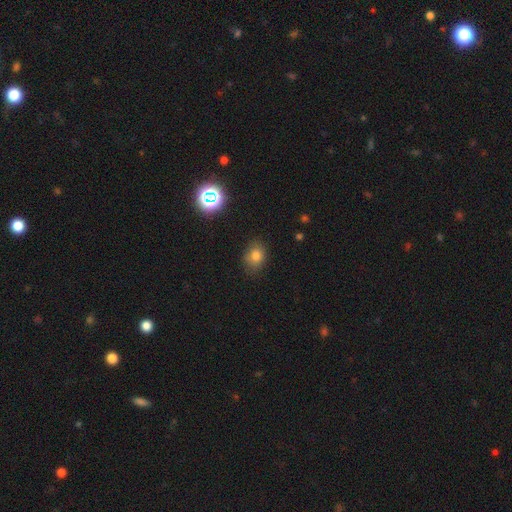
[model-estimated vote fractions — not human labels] smooth-or-featured: smooth: 78% | star or artifact: 14% | featured or disk: 8%
  how-rounded: in between: 53% | round: 46% | cigar-shaped: 1%
  merging: none: 80% | minor disturbance: 15% | major disturbance: 4% | merger: 1%